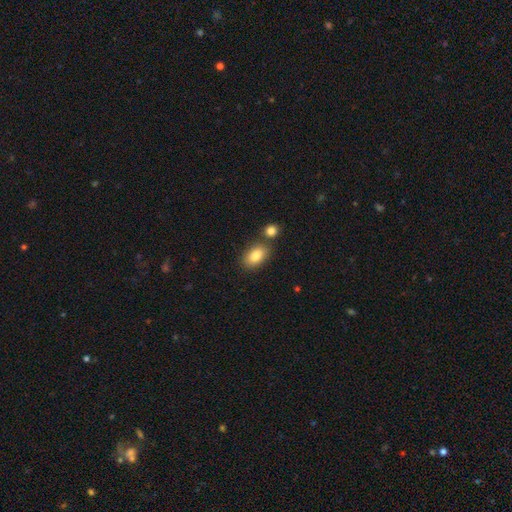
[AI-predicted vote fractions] A smooth galaxy with no disk features (83%) that is in between round and cigar-shaped (90%).

Vote fractions:
- Smooth or featured? smooth: 83% / featured or disk: 9% / star or artifact: 8%
- How rounded? in between: 90% / round: 8% / cigar-shaped: 2%
- Merging? none: 69% / merger: 17% / minor disturbance: 11% / major disturbance: 3%